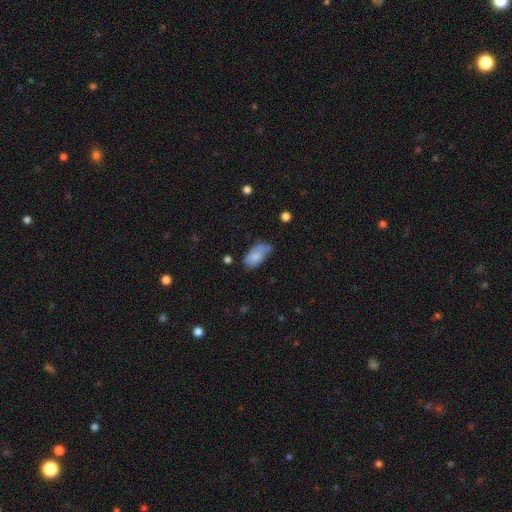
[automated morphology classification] A smooth galaxy with no disk features (79%) that is in between round and cigar-shaped (93%). Merging: none (45%).